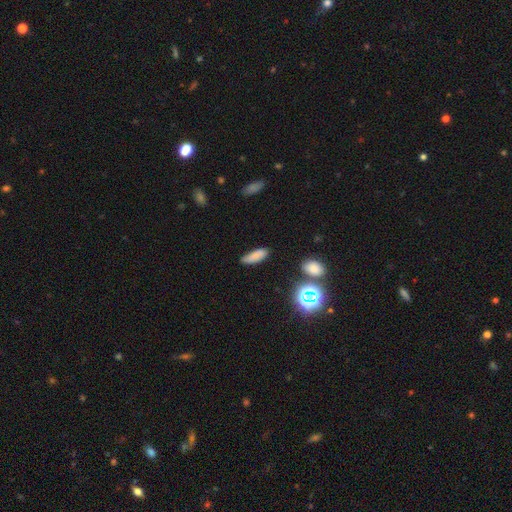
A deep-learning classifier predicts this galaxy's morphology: Smooth or featured?
  - smooth: 80% *
  - star or artifact: 12%
  - featured or disk: 8%
How rounded?
  - in between: 58% *
  - cigar-shaped: 39%
  - round: 3%
Merging?
  - none: 79% *
  - minor disturbance: 15%
  - major disturbance: 3%
  - merger: 3%